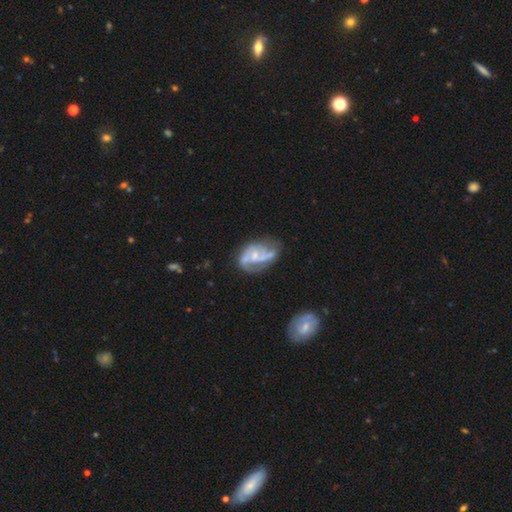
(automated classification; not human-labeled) This is likely a featured or disk galaxy (78%). It is clearly not viewed edge-on (97%). Bar: possibly no (55%). Spiral arm pattern: clearly yes (87%). Spiral arm count: likely 2 (67%). Spiral winding: possibly medium (48%). Central bulge: possibly small (51%). Merging: possibly none (48%).